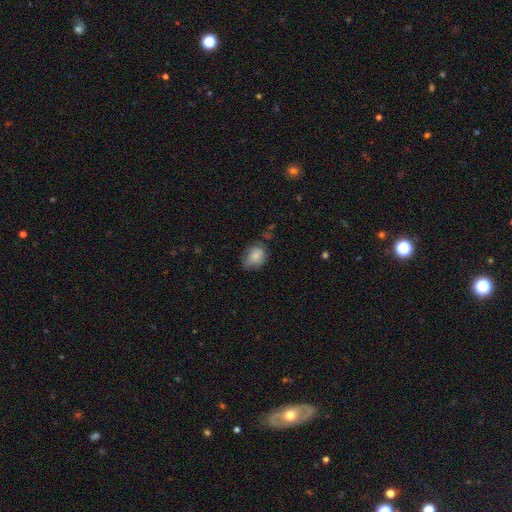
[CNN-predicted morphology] Overall: smooth (78%). How rounded: in between (64%; round 35%). Merging: none (56%; minor disturbance 32%).